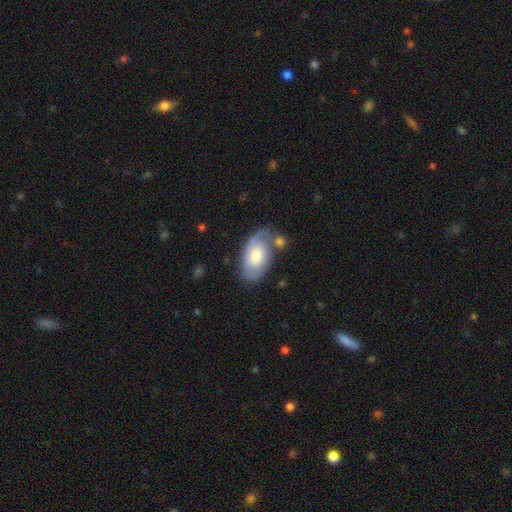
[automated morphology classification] This appears to be a featured or disk galaxy (47%, tied with smooth). Merging: none (60%).